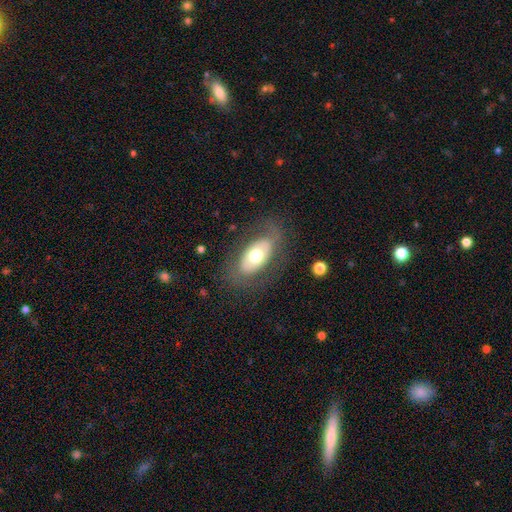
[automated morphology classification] smooth_or_featured: smooth (p=0.53) [alt: featured or disk p=0.40]
how_rounded: in between (p=0.92) [alt: round p=0.05]
merging: none (p=0.77) [alt: minor disturbance p=0.14]